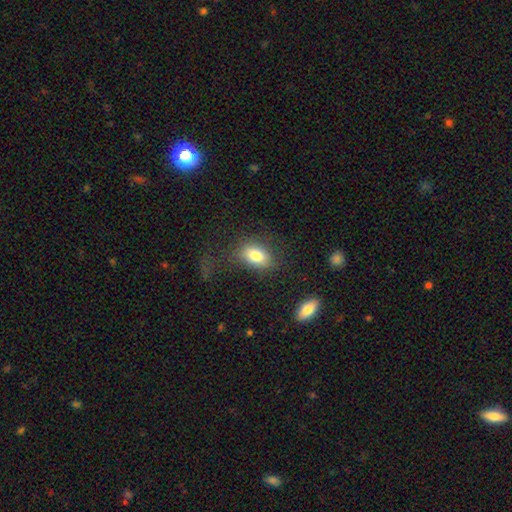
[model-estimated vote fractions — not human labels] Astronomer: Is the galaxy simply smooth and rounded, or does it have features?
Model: smooth — 81%.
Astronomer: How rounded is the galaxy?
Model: in between — 84%.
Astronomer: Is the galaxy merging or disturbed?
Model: none — 72%.